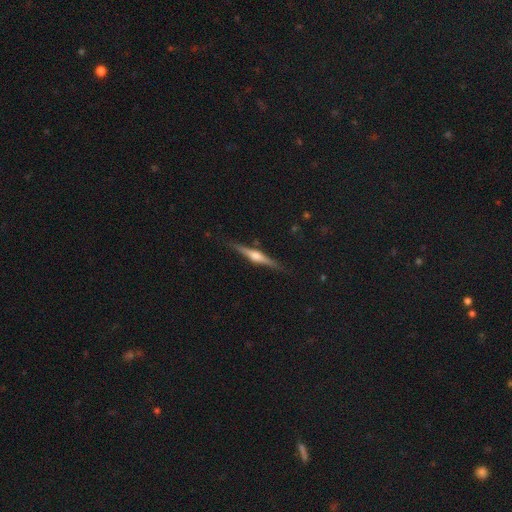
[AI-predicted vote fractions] Smooth or featured? featured or disk (72%)
Edge-on disk? yes (98%)
Edge-on bulge? rounded (90%)
Merging? none (87%)